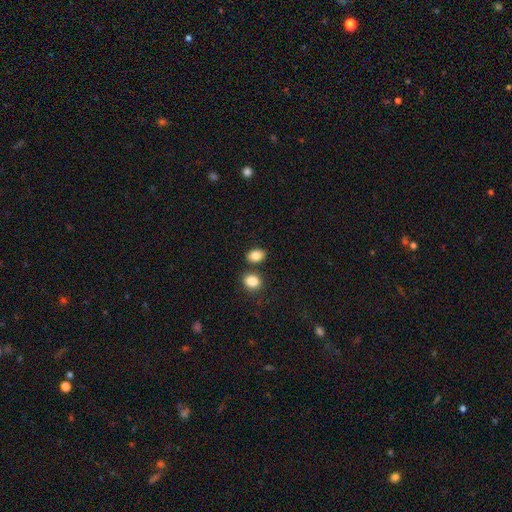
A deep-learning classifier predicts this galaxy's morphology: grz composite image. It shows a smooth galaxy with no disk features (85%) that is in between round and cigar-shaped (76%). Merging: none (71%).